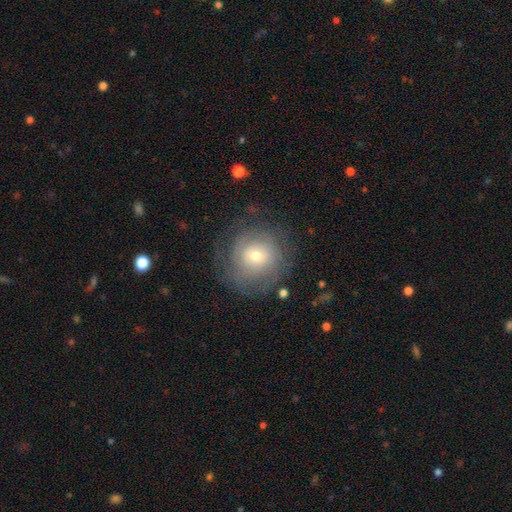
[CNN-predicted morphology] The model was most divided on "smooth or featured": featured or disk: 51%, smooth: 40%, star or artifact: 10%. More confident: edge-on disk — no (96%); merging — none (73%).